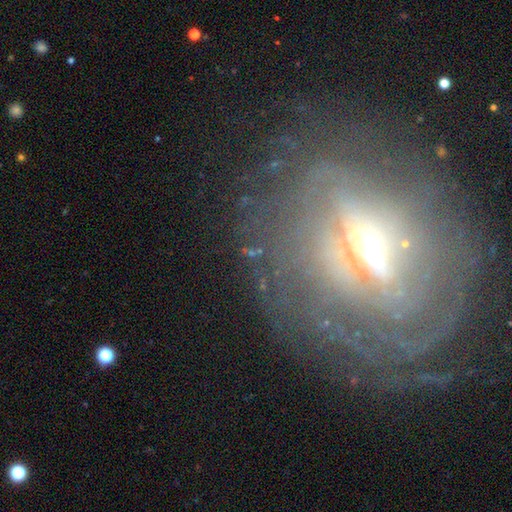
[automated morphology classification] type=featured or disk (78%); edge-on=no (75%); bar=strong (47%); spiral arms=yes (60%); bulge=moderate (50%); merging=none (71%).